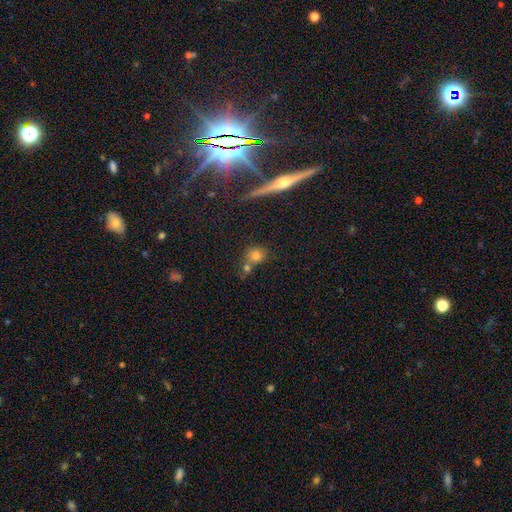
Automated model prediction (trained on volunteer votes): smooth_or_featured: smooth (p=0.74) [alt: star or artifact p=0.14]
how_rounded: round (p=0.82) [alt: in between p=0.15]
merging: none (p=0.54) [alt: merger p=0.32]